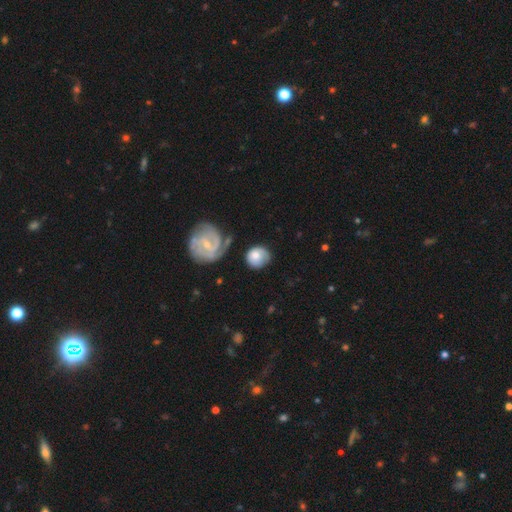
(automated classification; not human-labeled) This is possibly a smooth galaxy (57%). How rounded: clearly round (84%). Merging: possibly none (60%).